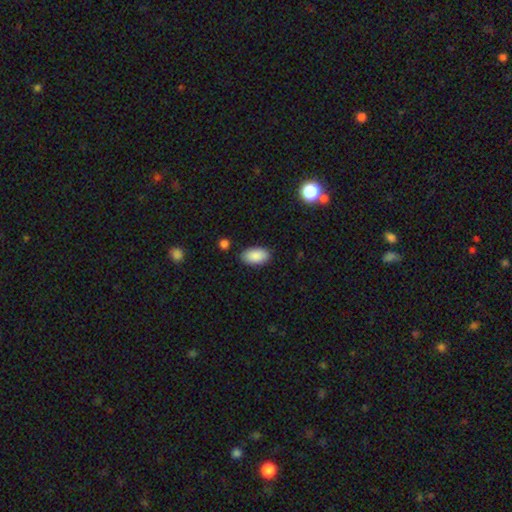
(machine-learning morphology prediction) type=smooth (89%); roundness=in between (95%); merging=none (85%).